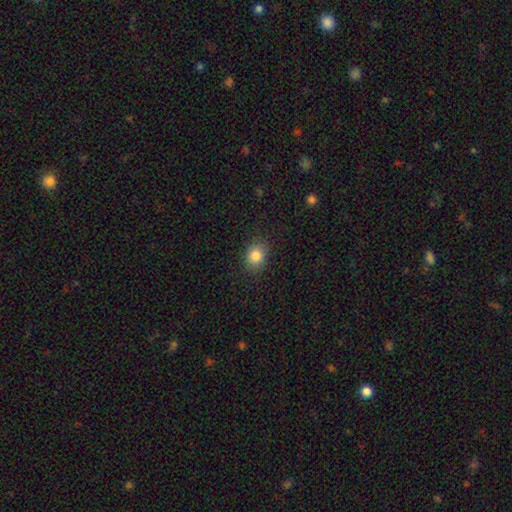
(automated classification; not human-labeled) Overall: smooth (84%). How rounded: in between (50%; round 49%). Merging: none (85%).